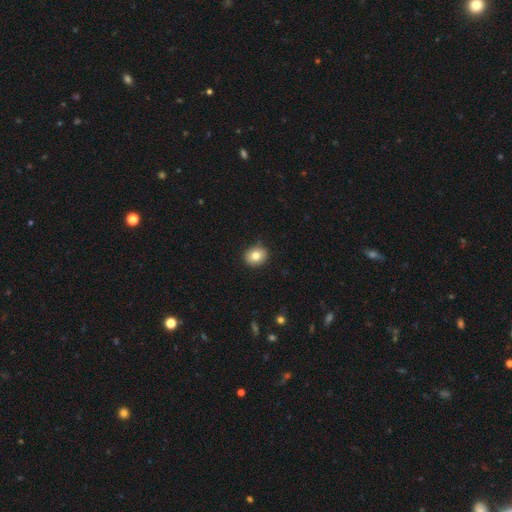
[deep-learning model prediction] smooth-or-featured: smooth: 80% | featured or disk: 10% | star or artifact: 10%
  how-rounded: round: 70% | in between: 29% | cigar-shaped: 1%
  merging: none: 86% | minor disturbance: 11% | major disturbance: 2% | merger: 1%